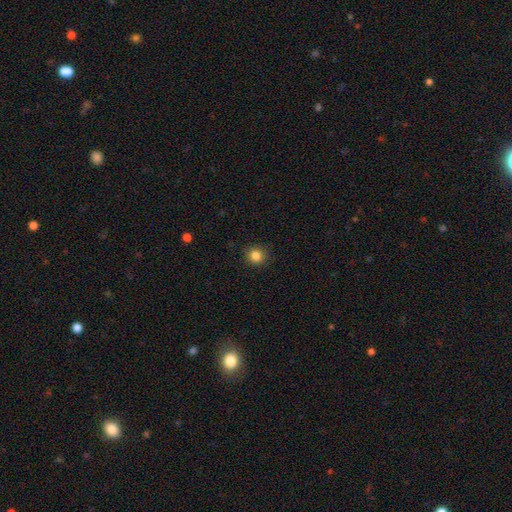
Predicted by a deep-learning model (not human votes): Overall: smooth (84%). How rounded: round (90%). Merging: none (90%).